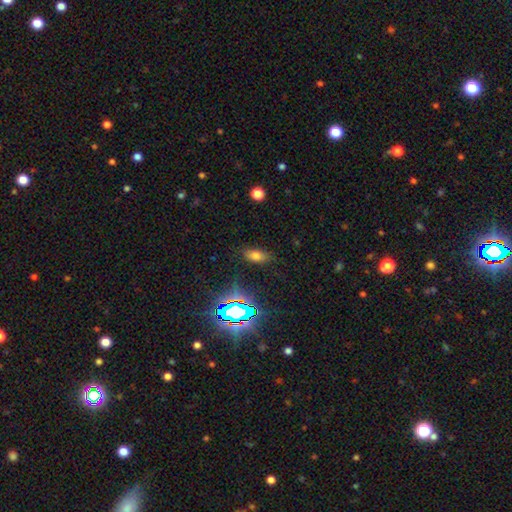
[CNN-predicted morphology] smooth 68%, star or artifact 22%, featured or disk 10%. Down the decision tree: how rounded — in between (86%); merging — none (82%).